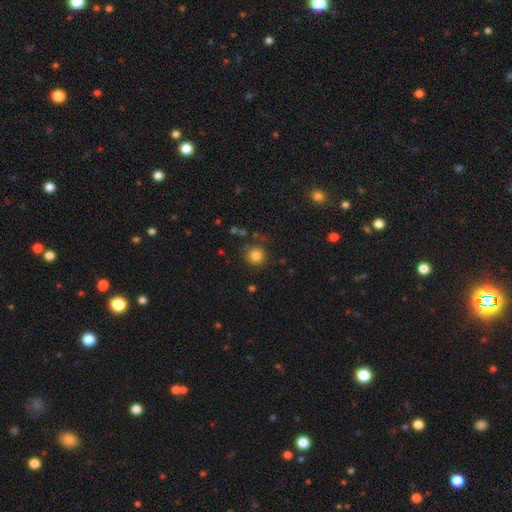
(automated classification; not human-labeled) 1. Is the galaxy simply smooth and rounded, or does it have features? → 83% smooth, 12% star or artifact, 5% featured or disk.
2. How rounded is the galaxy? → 93% round, 6% in between, 1% cigar-shaped.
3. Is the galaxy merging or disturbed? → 83% none, 10% minor disturbance, 4% major disturbance, 3% merger.